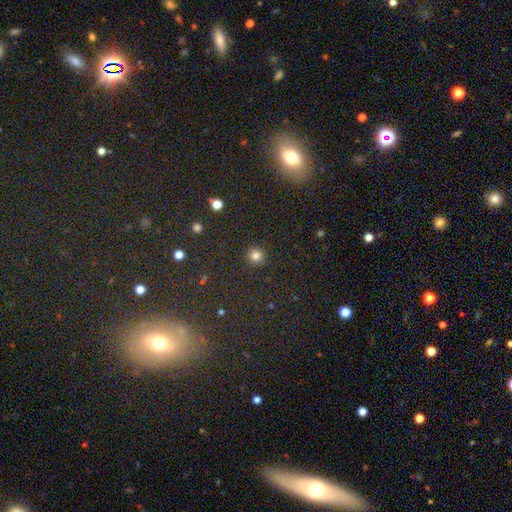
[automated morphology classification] type=smooth (82%); roundness=round (94%); merging=none (91%).